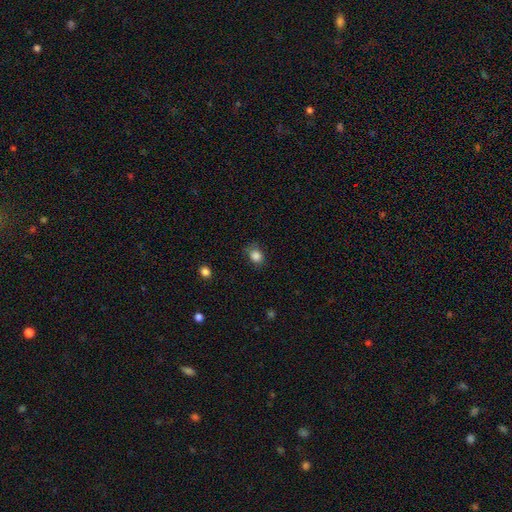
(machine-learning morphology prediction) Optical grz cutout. It shows a smooth galaxy with no disk features (85%) that is round (53%). Merging: none (71%).